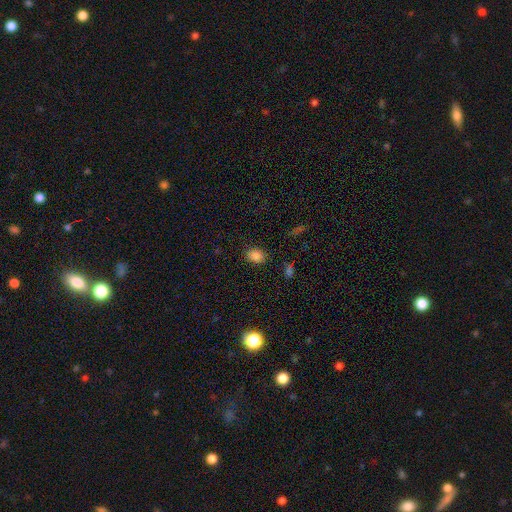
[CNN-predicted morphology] The model was most divided on "how rounded": in between: 64%, round: 35%, cigar-shaped: 1%. More confident: merging — none (86%); smooth or featured — smooth (84%).